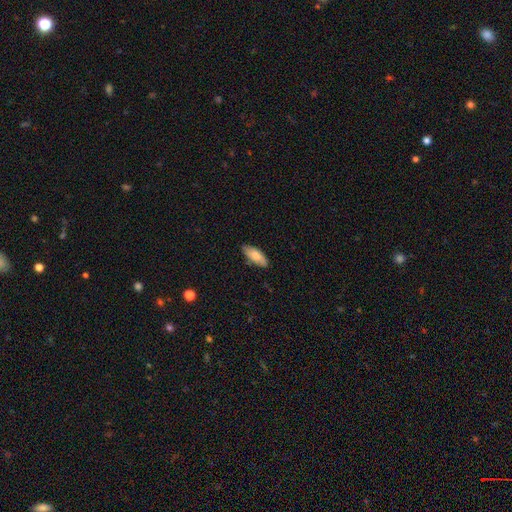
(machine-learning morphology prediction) smooth 76%, featured or disk 18%, star or artifact 6%. Down the decision tree: how rounded — in between (77%); merging — none (82%).